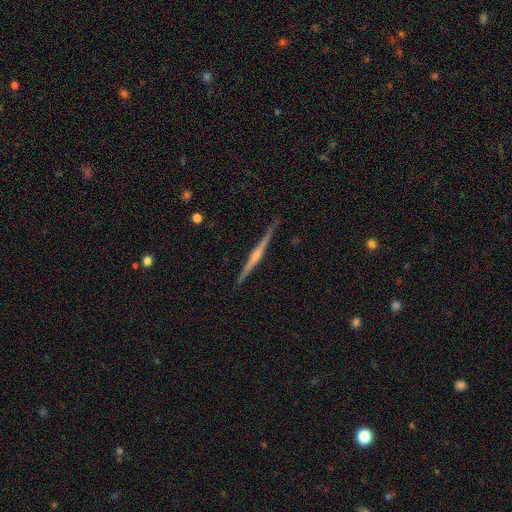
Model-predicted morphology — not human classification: Smooth or featured?
  - featured or disk: 82% *
  - smooth: 12%
  - star or artifact: 6%
Edge-on disk?
  - yes: 99% *
  - no: 1%
Edge-on bulge?
  - rounded: 75% *
  - none: 15%
  - boxy: 10%
Merging?
  - none: 90% *
  - minor disturbance: 7%
  - major disturbance: 1%
  - merger: 1%